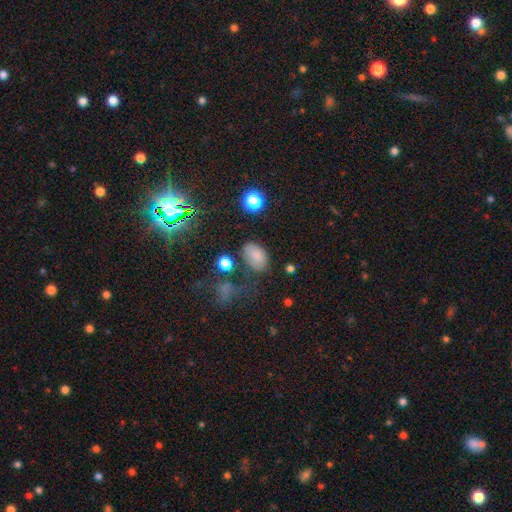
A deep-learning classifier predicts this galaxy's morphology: The model was most divided on "merging": none: 64%, minor disturbance: 21%, major disturbance: 9%, merger: 5%. More confident: how rounded — in between (86%); smooth or featured — smooth (79%).